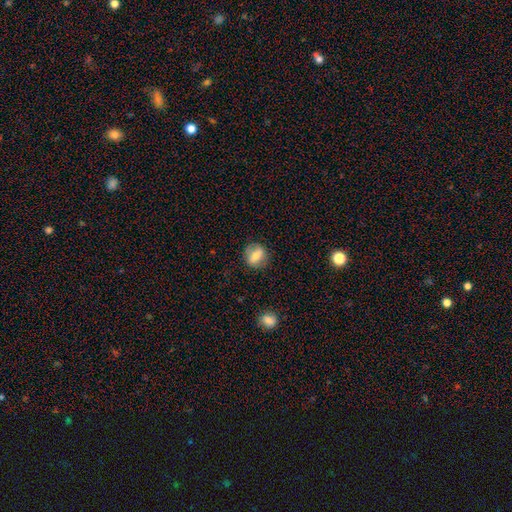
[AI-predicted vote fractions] This is likely a smooth galaxy (64%). How rounded: likely round (61%). Merging: clearly none (82%).